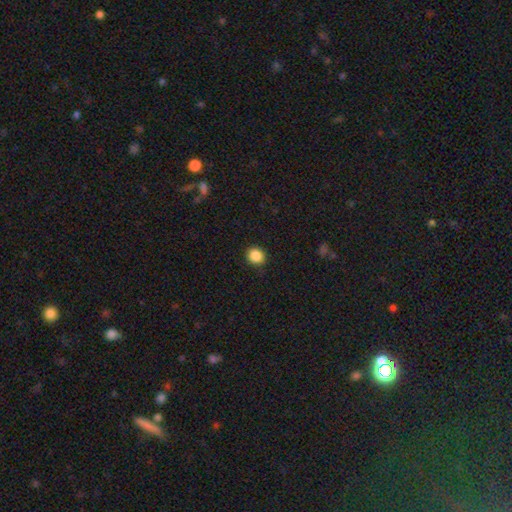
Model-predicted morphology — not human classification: Overall: smooth (88%). How rounded: round (82%). Merging: none (90%).